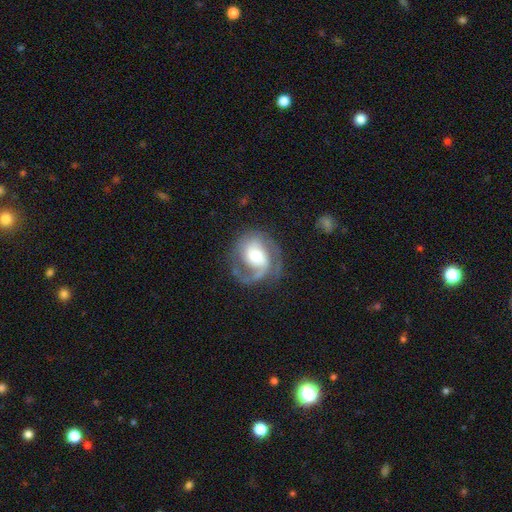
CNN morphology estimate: Smooth or featured: featured or disk — 80% (smooth — 14%)
Edge-on disk: no — 98% (yes — 2%)
Bar: no — 49% (weak — 37%)
Spiral arms: yes — 94% (no — 6%)
Spiral winding: medium — 48% (tight — 32%)
Spiral arm count: 2 — 68% (1 — 19%)
Bulge size: moderate — 40% (large — 34%)
Merging: none — 63% (minor disturbance — 19%)